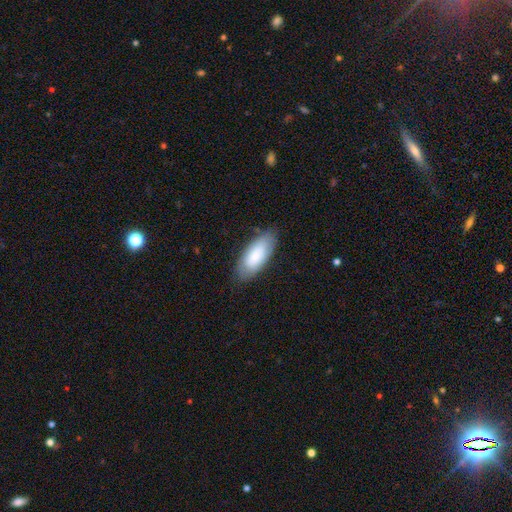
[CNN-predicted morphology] This is clearly a smooth galaxy (84%). How rounded: clearly in between (85%). Merging: clearly none (80%).